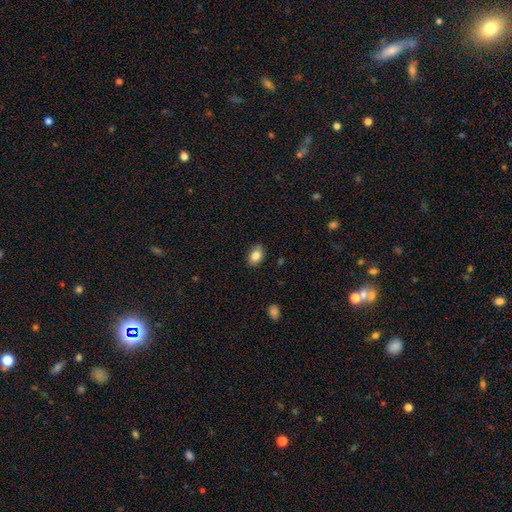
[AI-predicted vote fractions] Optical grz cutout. It shows a smooth galaxy with no disk features (83%) that is in between round and cigar-shaped (75%). Merging: none (82%).